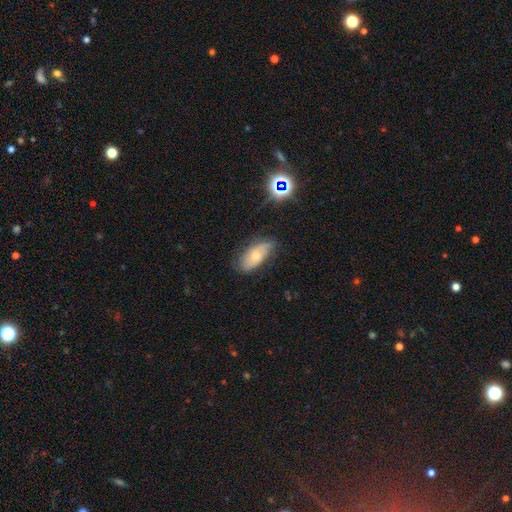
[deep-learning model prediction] Smooth or featured? featured or disk (52%)
Edge-on disk? no (91%)
Merging? none (63%)